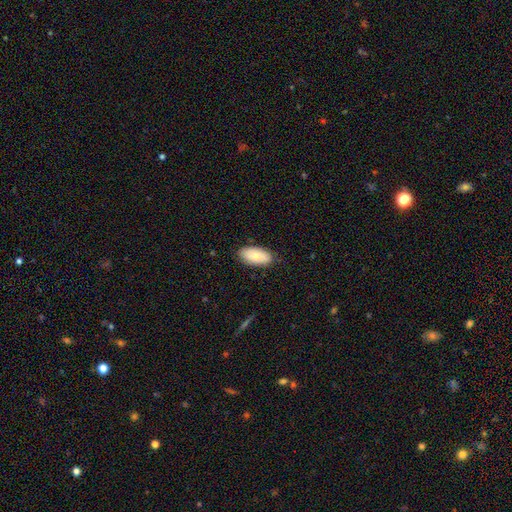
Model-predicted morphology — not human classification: type=smooth (75%); roundness=in between (94%); merging=none (83%).